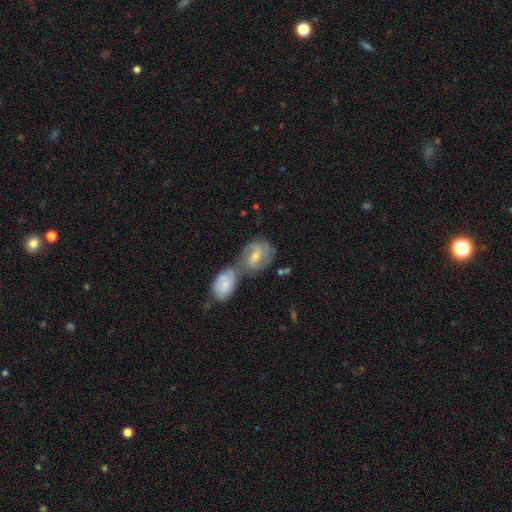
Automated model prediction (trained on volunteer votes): This appears to be a featured or disk galaxy (74%) with a weak bar (55%), 2 (49%) medium (45%) spiral arms (91%) and a small central bulge (48%). Merging: merger (56%).